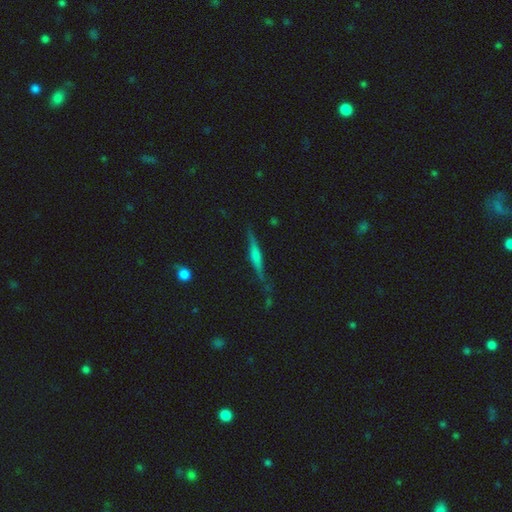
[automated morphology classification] Smooth or featured? featured or disk (57%)
Edge-on disk? yes (96%)
Edge-on bulge? rounded (48%)
Merging? none (80%)